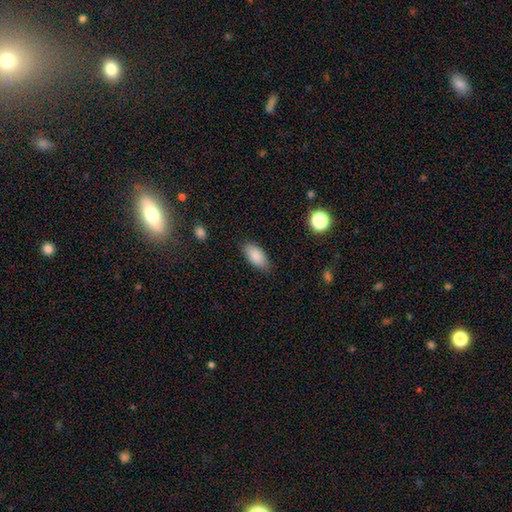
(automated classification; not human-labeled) Smooth or featured?
  - smooth: 88% *
  - star or artifact: 7%
  - featured or disk: 5%
How rounded?
  - in between: 92% *
  - cigar-shaped: 5%
  - round: 2%
Merging?
  - none: 82% *
  - minor disturbance: 14%
  - major disturbance: 3%
  - merger: 1%